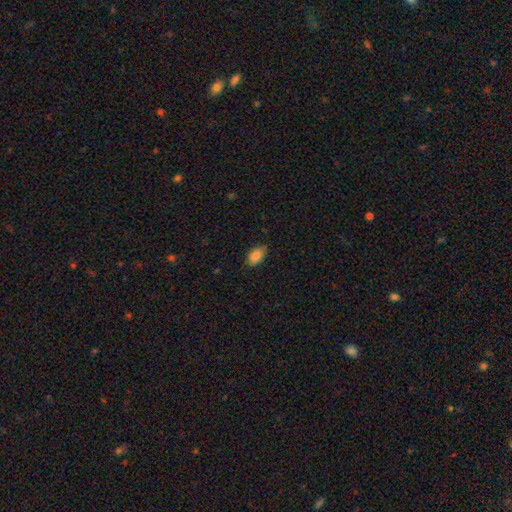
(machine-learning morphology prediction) smooth 86%, star or artifact 8%, featured or disk 6%. Down the decision tree: how rounded — in between (92%); merging — none (79%).